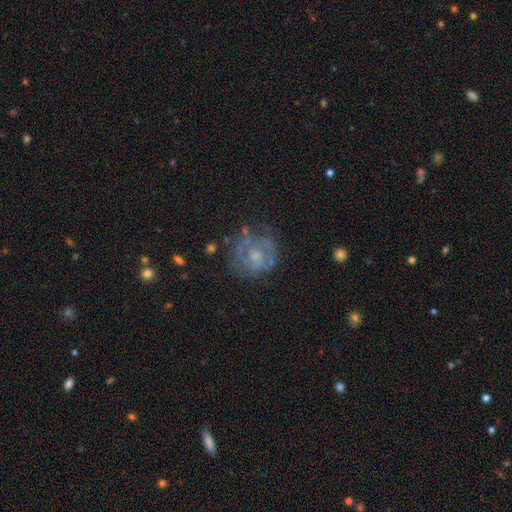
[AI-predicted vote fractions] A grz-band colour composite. It shows a featured or disk galaxy (67%) with no bar (81%), no spiral arms (52%) and a small central bulge (40%, tied with moderate). Merging: none (62%).